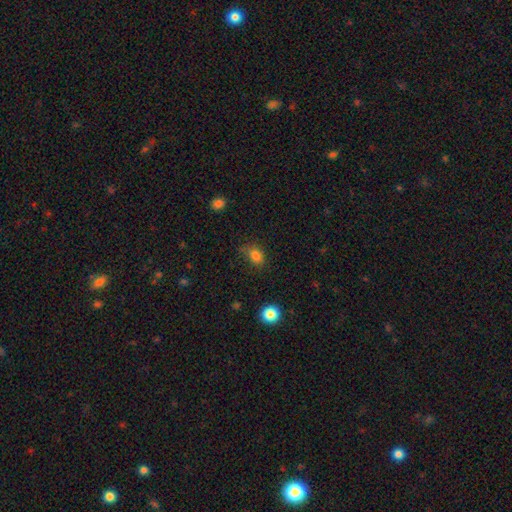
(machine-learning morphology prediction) This is clearly a smooth galaxy (81%). How rounded: likely in between (65%). Merging: likely none (66%).